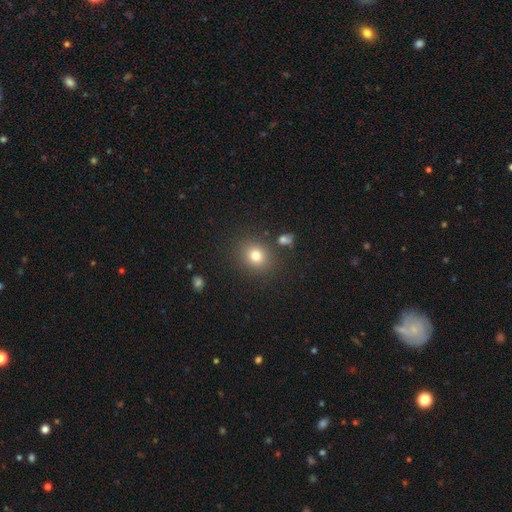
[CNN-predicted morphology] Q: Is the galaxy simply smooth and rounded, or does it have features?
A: smooth — 78%.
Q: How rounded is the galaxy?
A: round — 73%.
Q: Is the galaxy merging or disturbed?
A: none — 84%.